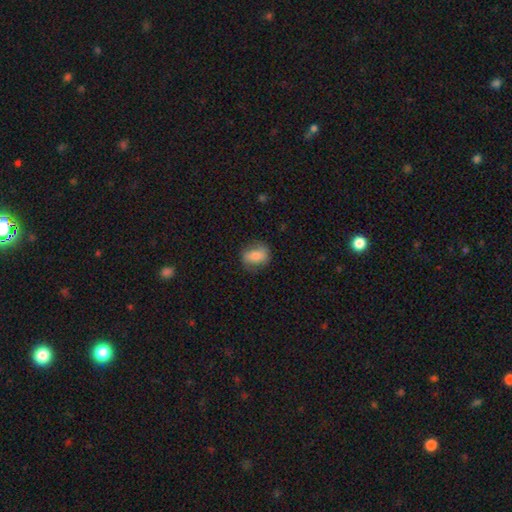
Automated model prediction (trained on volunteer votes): Smooth or featured?
  - smooth: 69% *
  - featured or disk: 23%
  - star or artifact: 8%
How rounded?
  - in between: 64% *
  - round: 33%
  - cigar-shaped: 2%
Merging?
  - none: 75% *
  - minor disturbance: 18%
  - major disturbance: 6%
  - merger: 1%